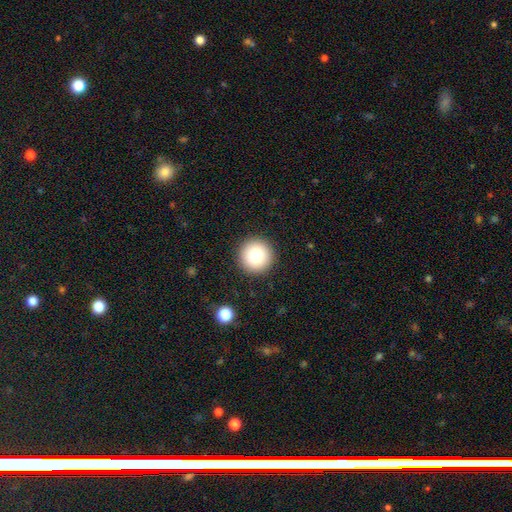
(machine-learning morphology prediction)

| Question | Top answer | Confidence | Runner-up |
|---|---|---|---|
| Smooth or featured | smooth | 80% | star or artifact (10%) |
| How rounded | round | 96% | in between (3%) |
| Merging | none | 92% | minor disturbance (5%) |